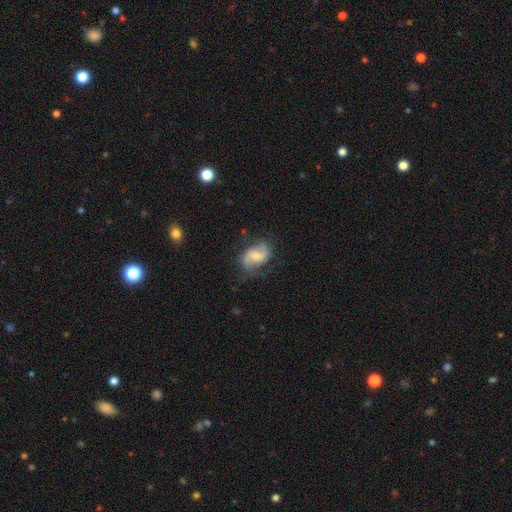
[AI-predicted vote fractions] This appears to be a featured or disk galaxy (69%) with a weak bar (49%), 2 (86%) loose (47%) spiral arms (91%) and a moderate central bulge (45%). Merging: none (66%).